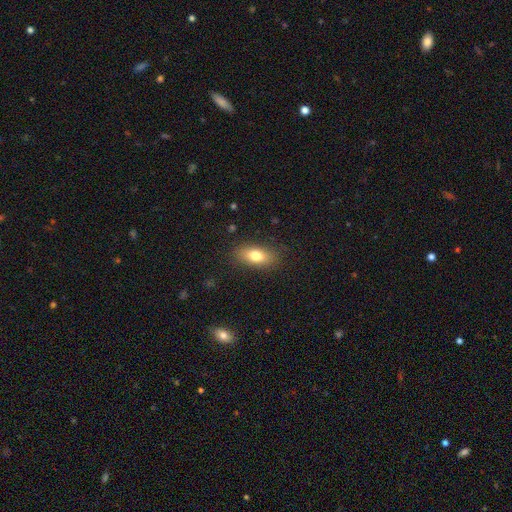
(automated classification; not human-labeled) This is likely a smooth galaxy (76%). How rounded: clearly in between (82%). Merging: clearly none (84%).